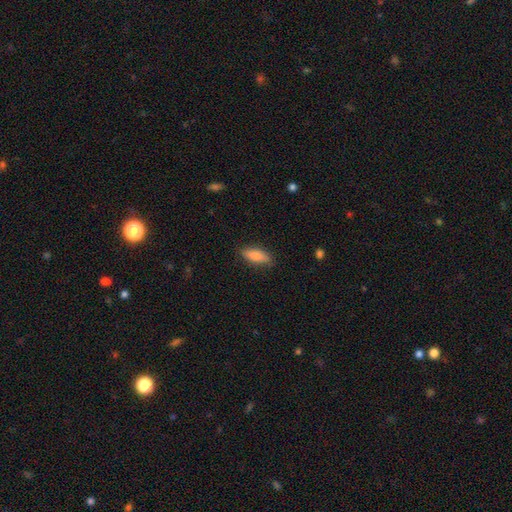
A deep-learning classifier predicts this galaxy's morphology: type=smooth (84%); roundness=in between (70%); merging=none (83%).